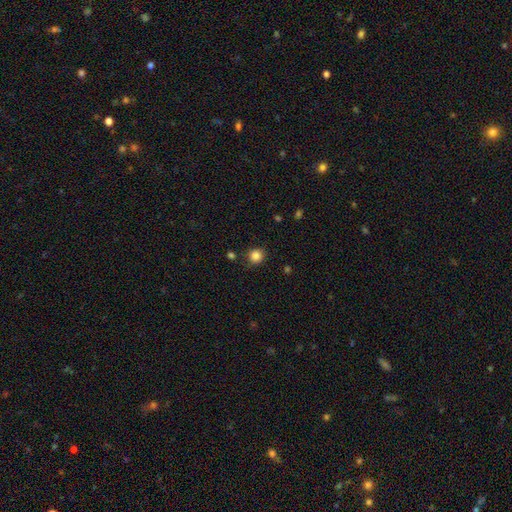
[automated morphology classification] The model was most divided on "smooth or featured": smooth: 85%, star or artifact: 11%, featured or disk: 4%. More confident: how rounded — round (90%); merging — none (85%).